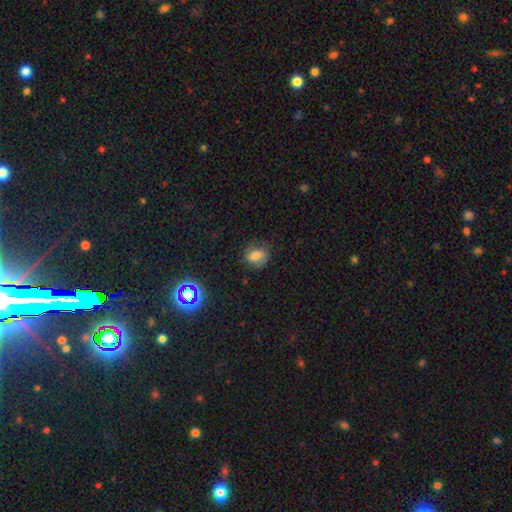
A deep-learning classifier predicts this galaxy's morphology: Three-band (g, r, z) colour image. It shows a smooth galaxy with no disk features (67%) that is round (53%). Merging: none (69%).